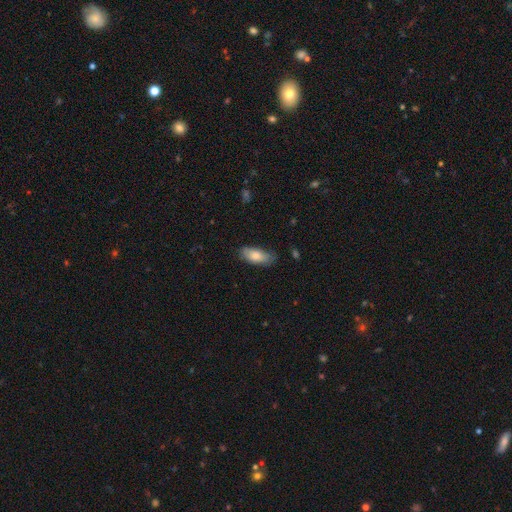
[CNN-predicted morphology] smooth-or-featured: smooth: 79% | featured or disk: 15% | star or artifact: 6%
  how-rounded: in between: 85% | cigar-shaped: 12% | round: 2%
  merging: none: 69% | minor disturbance: 24% | major disturbance: 5% | merger: 1%